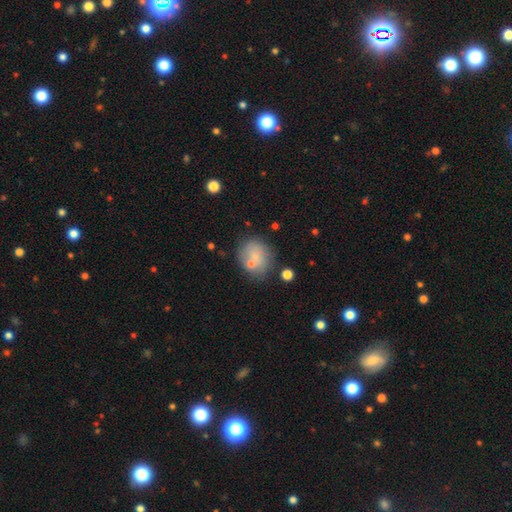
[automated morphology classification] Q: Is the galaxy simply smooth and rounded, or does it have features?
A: smooth — 68%.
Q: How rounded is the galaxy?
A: round — 72%.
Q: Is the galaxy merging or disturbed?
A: none — 62%.